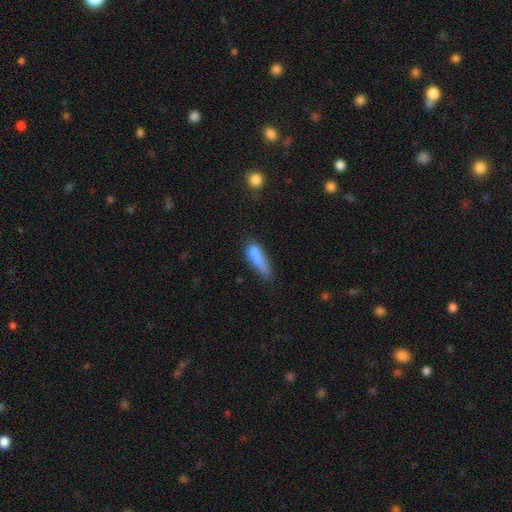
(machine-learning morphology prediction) This is likely a smooth galaxy (65%). How rounded: possibly cigar-shaped (48%). Merging: marginally merger (38%).